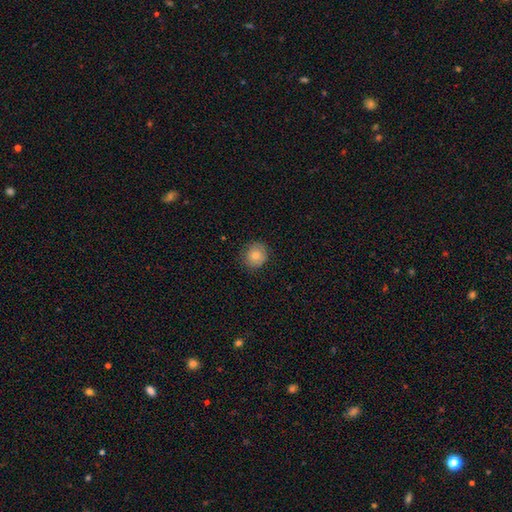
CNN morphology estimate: Smooth or featured? smooth (76%)
How rounded? round (87%)
Merging? none (82%)